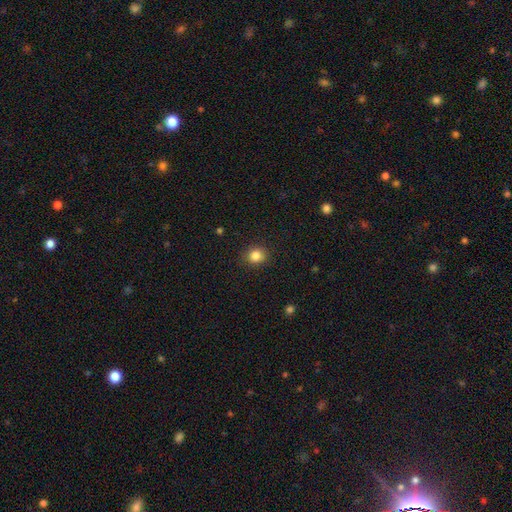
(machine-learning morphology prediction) Q: Smooth or featured?
A: smooth (84%); runner-up: star or artifact (11%)
Q: How rounded?
A: round (81%); runner-up: in between (18%)
Q: Merging?
A: none (88%); runner-up: minor disturbance (9%)